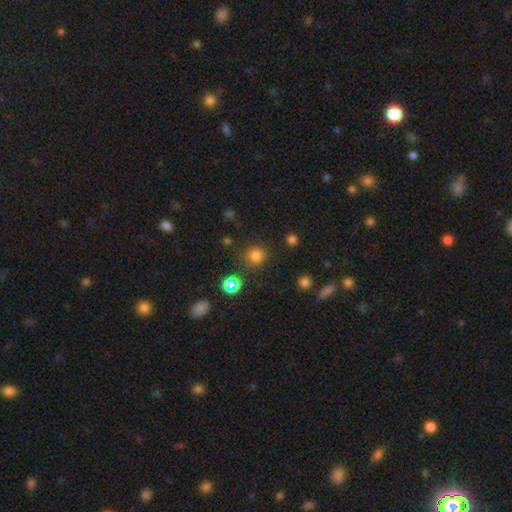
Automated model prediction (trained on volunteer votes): Smooth or featured? smooth (74%)
How rounded? round (91%)
Merging? none (83%)